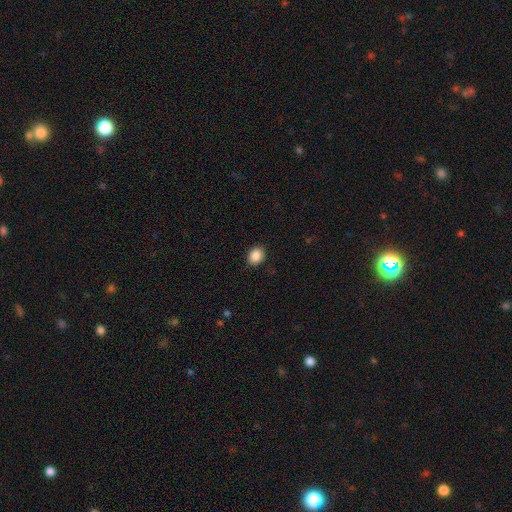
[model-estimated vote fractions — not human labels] Overall: smooth (89%). How rounded: round (57%; in between 42%). Merging: none (88%).